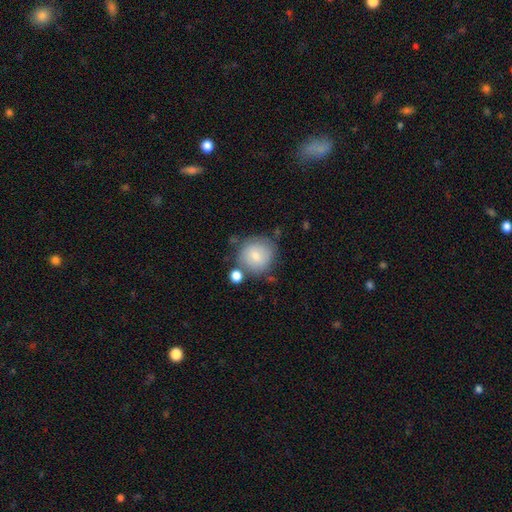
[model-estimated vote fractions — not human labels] Smooth or featured? Predicted: smooth (p=0.76). How rounded? Predicted: round (p=0.91). Merging? Predicted: none (p=0.68).